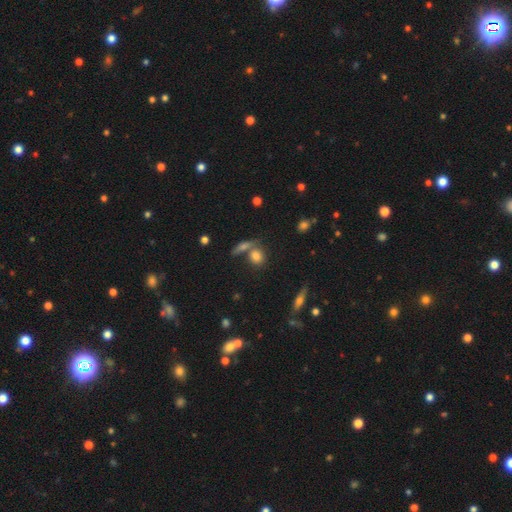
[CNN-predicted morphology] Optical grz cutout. It shows a smooth galaxy with no disk features (76%) that is round (61%). Merging: none (56%).